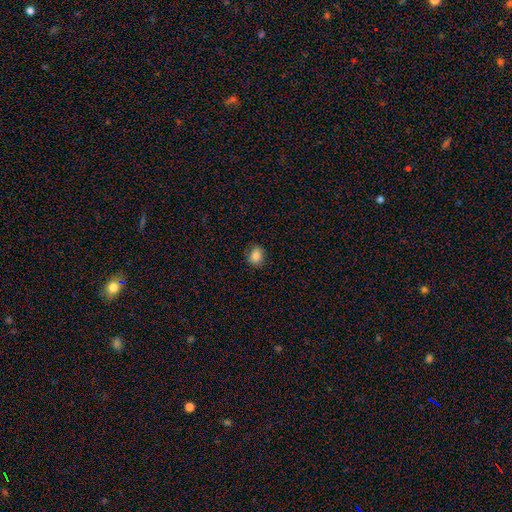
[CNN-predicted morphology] The model was most divided on "how rounded": round: 61%, in between: 38%, cigar-shaped: 1%. More confident: merging — none (85%); smooth or featured — smooth (83%).